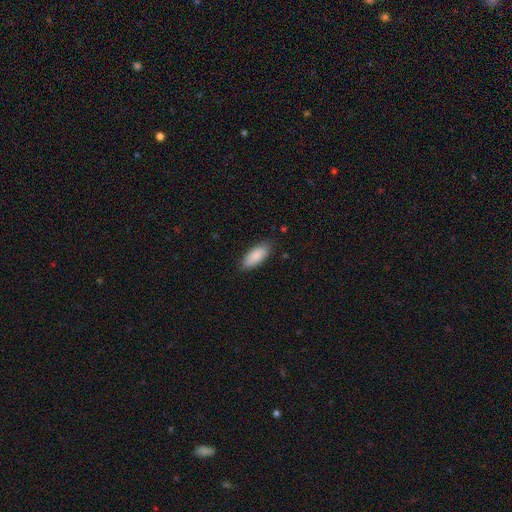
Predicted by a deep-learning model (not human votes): smooth-or-featured: smooth: 89% | star or artifact: 6% | featured or disk: 6%
  how-rounded: in between: 84% | cigar-shaped: 15% | round: 2%
  merging: none: 82% | minor disturbance: 14% | major disturbance: 3% | merger: 1%